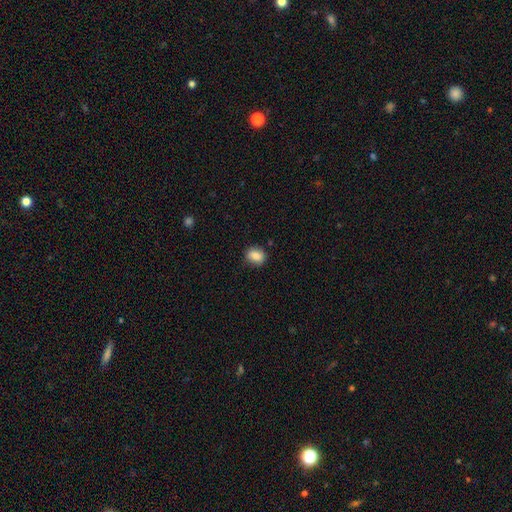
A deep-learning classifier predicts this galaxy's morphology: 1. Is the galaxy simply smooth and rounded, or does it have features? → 85% smooth, 8% star or artifact, 7% featured or disk.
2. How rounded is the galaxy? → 54% round, 45% in between, 1% cigar-shaped.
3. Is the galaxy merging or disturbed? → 84% none, 12% minor disturbance, 3% major disturbance, 1% merger.